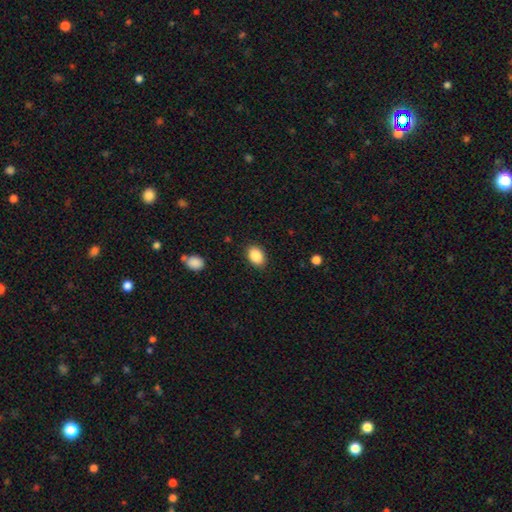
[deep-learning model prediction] This appears to be a smooth galaxy with no disk features (89%) that is in between round and cigar-shaped (77%). Merging: none (87%).